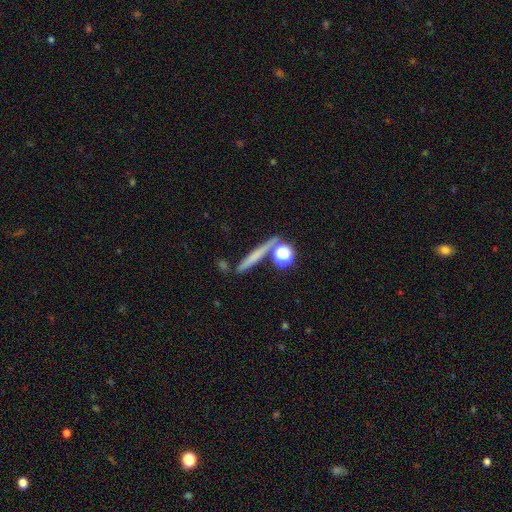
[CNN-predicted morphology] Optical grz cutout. It shows a smooth galaxy with no disk features (53%) that is cigar-shaped (73%). Merging: none (75%).